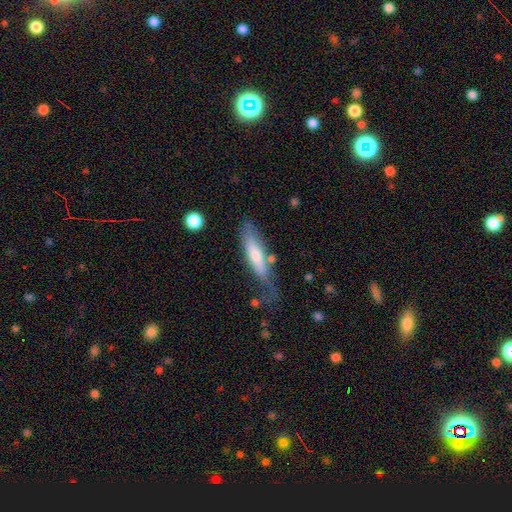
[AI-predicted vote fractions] smooth-or-featured: featured or disk: 46% | smooth: 44% | star or artifact: 10%
  merging: none: 56% | minor disturbance: 27% | major disturbance: 13% | merger: 4%